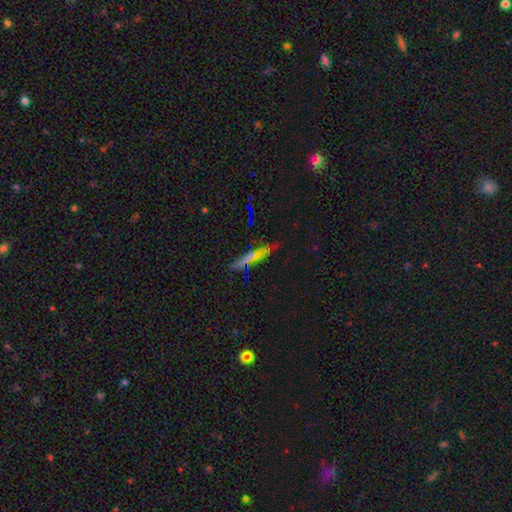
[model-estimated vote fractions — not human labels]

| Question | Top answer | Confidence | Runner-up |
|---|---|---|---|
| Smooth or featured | smooth | 50% | featured or disk (29%) |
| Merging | none | 84% | minor disturbance (11%) |